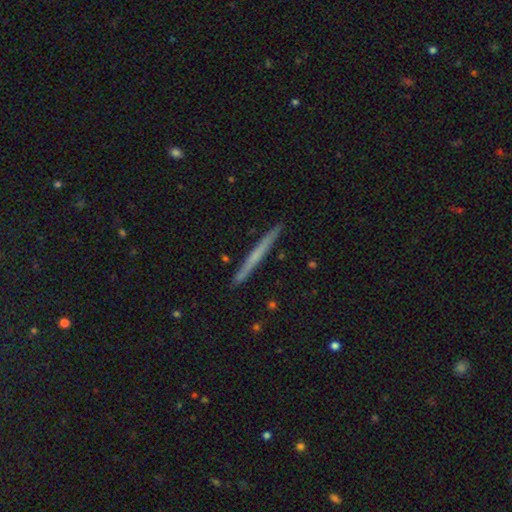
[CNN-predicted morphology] smooth-or-featured: featured or disk: 53% | smooth: 42% | star or artifact: 6%
  disk-edge-on: yes: 98% | no: 2%
    edge-on-bulge: none: 81% | rounded: 14% | boxy: 4%
  merging: none: 92% | minor disturbance: 6% | merger: 1% | major disturbance: 1%